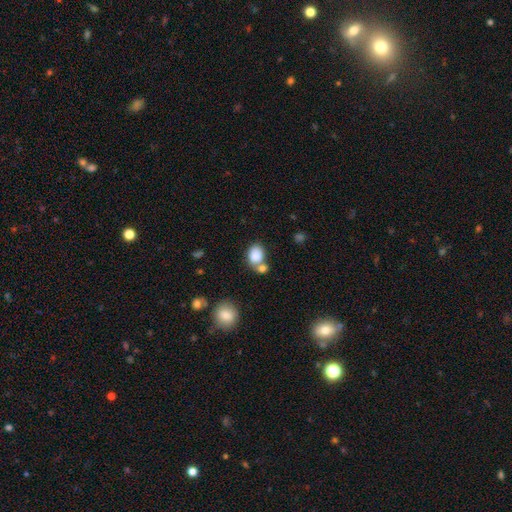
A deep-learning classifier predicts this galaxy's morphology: Smooth or featured: smooth — 85% (star or artifact — 8%)
How rounded: in between — 63% (round — 36%)
Merging: none — 46% (merger — 35%)